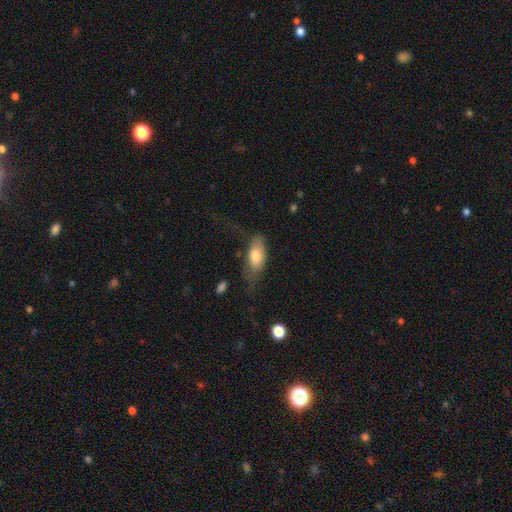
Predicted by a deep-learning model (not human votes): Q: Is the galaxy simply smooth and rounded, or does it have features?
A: smooth — 73%.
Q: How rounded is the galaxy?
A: in between — 86%.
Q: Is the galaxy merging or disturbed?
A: none — 41%.